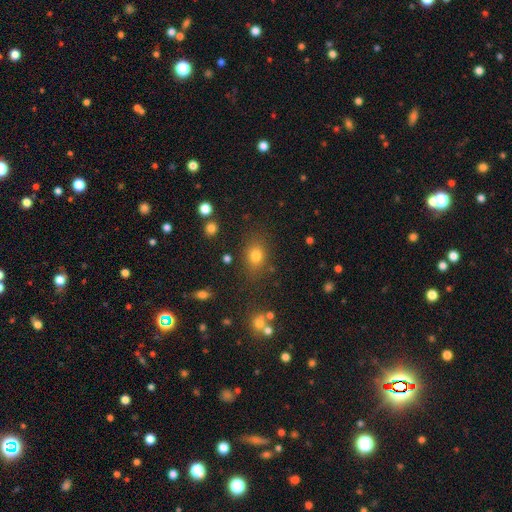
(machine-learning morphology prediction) The model was most divided on "how rounded": in between: 57%, round: 41%, cigar-shaped: 2%. More confident: merging — none (78%); smooth or featured — smooth (76%).